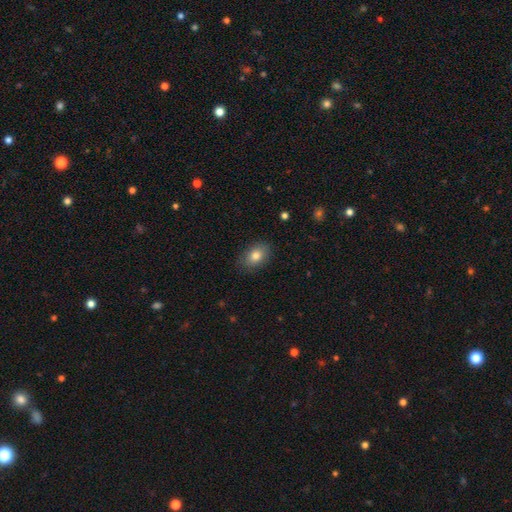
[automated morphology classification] This is clearly a smooth galaxy (82%). How rounded: clearly in between (83%). Merging: clearly none (85%).